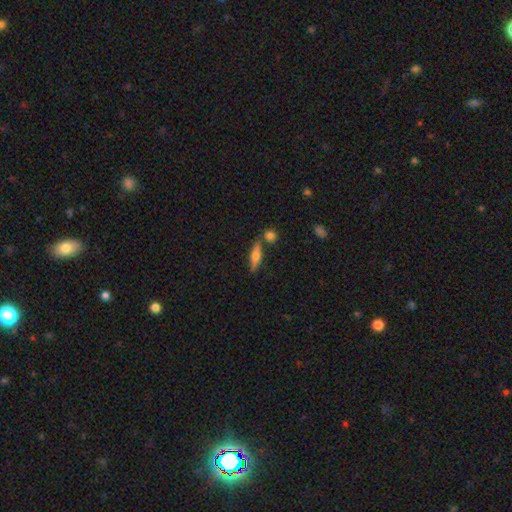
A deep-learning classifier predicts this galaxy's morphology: type=smooth (52%); roundness=cigar-shaped (68%); merging=none (75%).